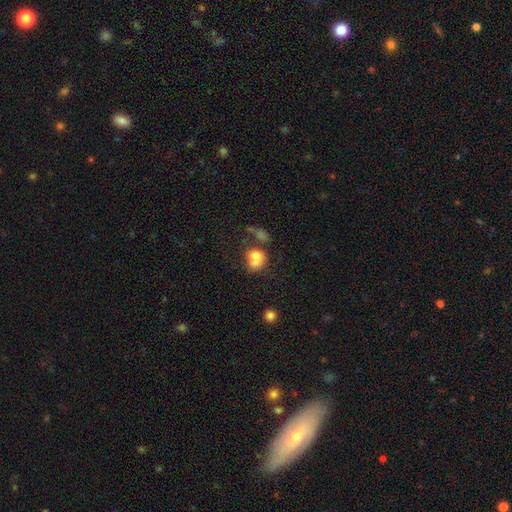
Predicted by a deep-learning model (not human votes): smooth 67%, featured or disk 23%, star or artifact 11%. Down the decision tree: how rounded — round (52%); merging — merger (62%).